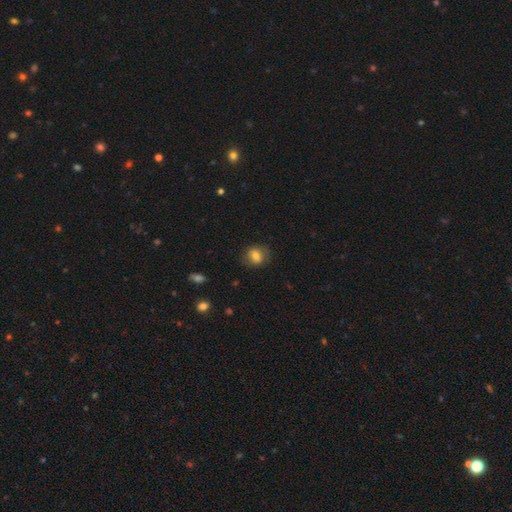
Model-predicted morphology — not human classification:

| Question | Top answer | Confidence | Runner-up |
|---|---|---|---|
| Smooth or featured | smooth | 72% | featured or disk (18%) |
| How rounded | round | 56% | in between (42%) |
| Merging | none | 76% | minor disturbance (16%) |